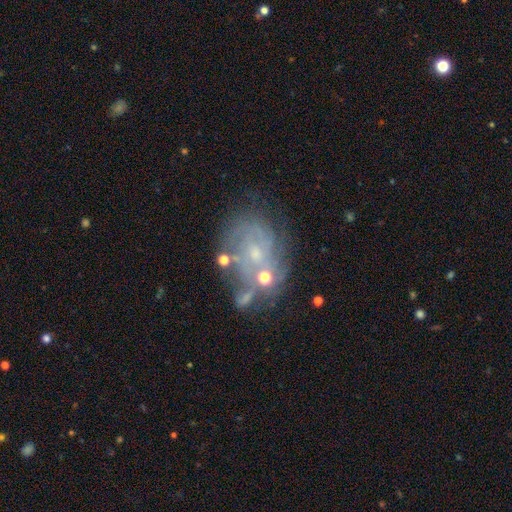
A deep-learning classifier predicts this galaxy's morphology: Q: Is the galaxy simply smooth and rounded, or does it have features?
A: featured or disk — 70%.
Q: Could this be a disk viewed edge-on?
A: no — 97%.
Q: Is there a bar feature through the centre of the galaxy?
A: no — 71%.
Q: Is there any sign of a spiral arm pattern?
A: yes — 72%.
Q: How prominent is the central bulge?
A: small — 67%.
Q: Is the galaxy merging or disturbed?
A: none — 51%.